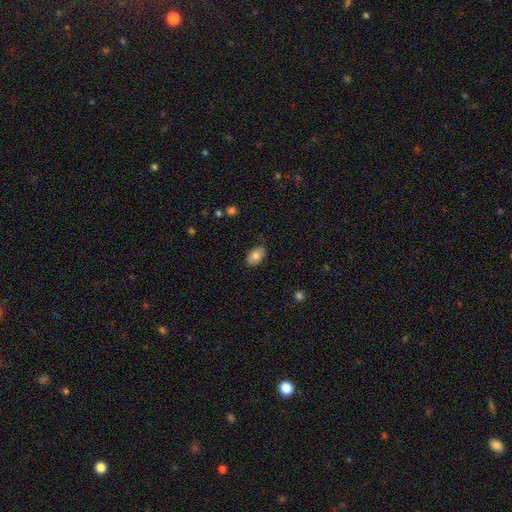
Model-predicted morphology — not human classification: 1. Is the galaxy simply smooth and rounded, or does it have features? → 80% smooth, 12% featured or disk, 7% star or artifact.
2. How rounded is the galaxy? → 91% in between, 8% round, 1% cigar-shaped.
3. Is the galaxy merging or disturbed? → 82% none, 14% minor disturbance, 3% major disturbance, 1% merger.